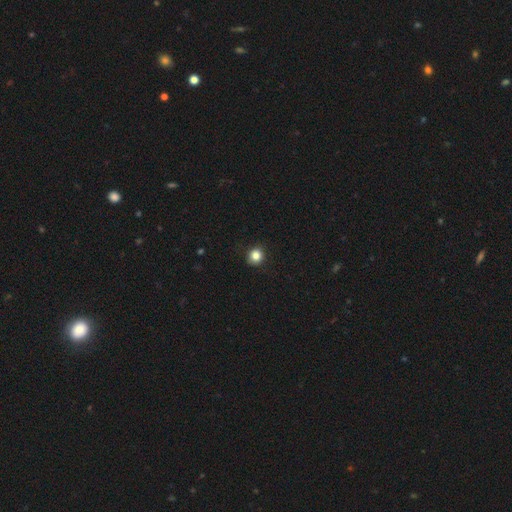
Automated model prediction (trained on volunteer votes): Smooth or featured: smooth — 84% (star or artifact — 11%)
How rounded: round — 87% (in between — 12%)
Merging: none — 90% (minor disturbance — 7%)